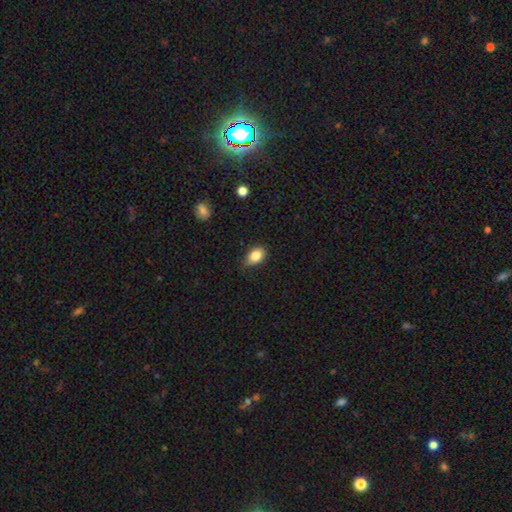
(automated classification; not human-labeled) This appears to be a smooth galaxy with no disk features (85%) that is in between round and cigar-shaped (84%). Merging: none (76%).